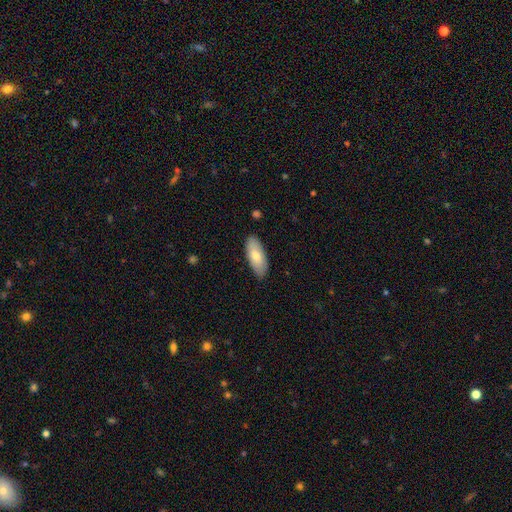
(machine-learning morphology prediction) Smooth or featured?
  - smooth: 72% *
  - featured or disk: 23%
  - star or artifact: 6%
How rounded?
  - in between: 84% *
  - cigar-shaped: 14%
  - round: 2%
Merging?
  - none: 86% *
  - minor disturbance: 11%
  - major disturbance: 2%
  - merger: 1%